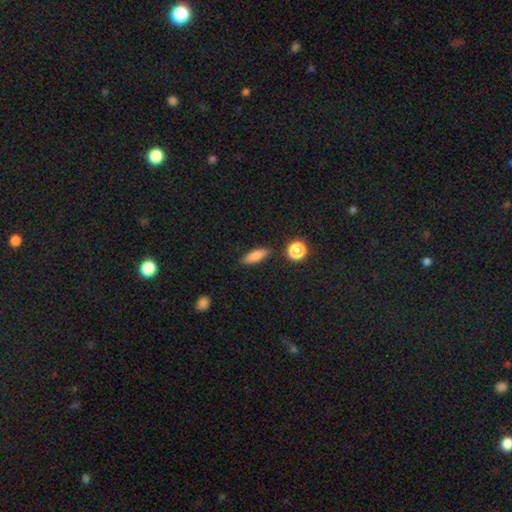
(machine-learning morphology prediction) A smooth galaxy with no disk features (82%) that is in between round and cigar-shaped (54%).

Vote fractions:
- Smooth or featured? smooth: 82% / star or artifact: 9% / featured or disk: 9%
- How rounded? in between: 54% / cigar-shaped: 41% / round: 5%
- Merging? none: 86% / minor disturbance: 9% / merger: 3% / major disturbance: 2%